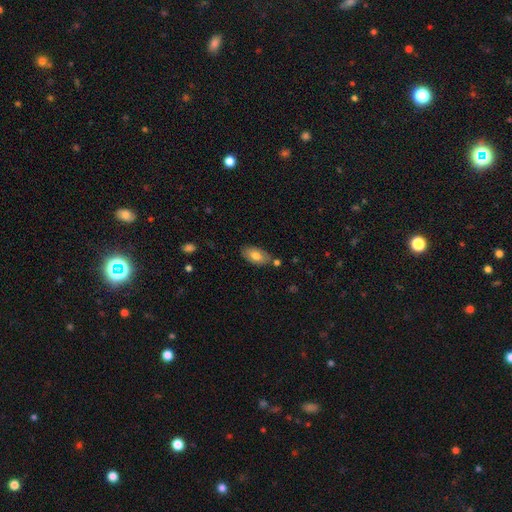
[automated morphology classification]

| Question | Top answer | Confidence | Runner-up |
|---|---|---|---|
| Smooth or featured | smooth | 73% | featured or disk (20%) |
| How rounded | in between | 93% | round (4%) |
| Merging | none | 76% | minor disturbance (15%) |